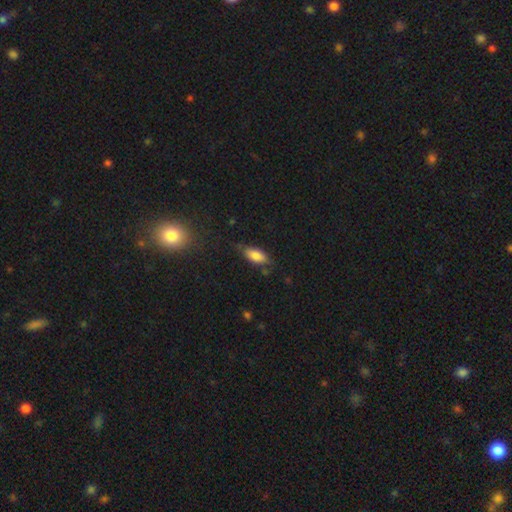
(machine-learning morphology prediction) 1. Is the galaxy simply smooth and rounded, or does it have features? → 81% smooth, 11% featured or disk, 9% star or artifact.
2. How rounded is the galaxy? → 84% in between, 14% cigar-shaped, 3% round.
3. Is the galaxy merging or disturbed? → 70% none, 22% minor disturbance, 5% major disturbance, 3% merger.